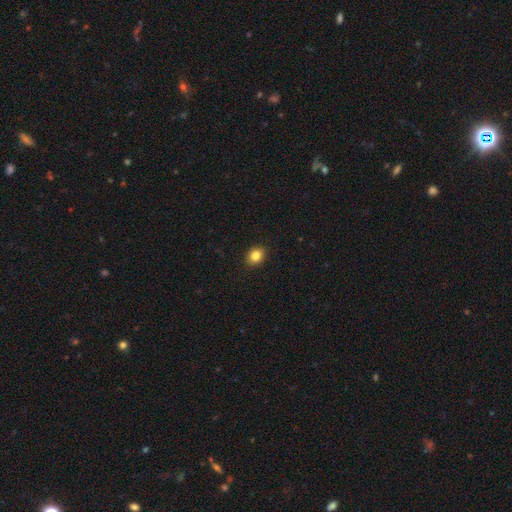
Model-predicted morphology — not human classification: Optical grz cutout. It shows a smooth galaxy with no disk features (84%) that is round (54%). Merging: none (91%).